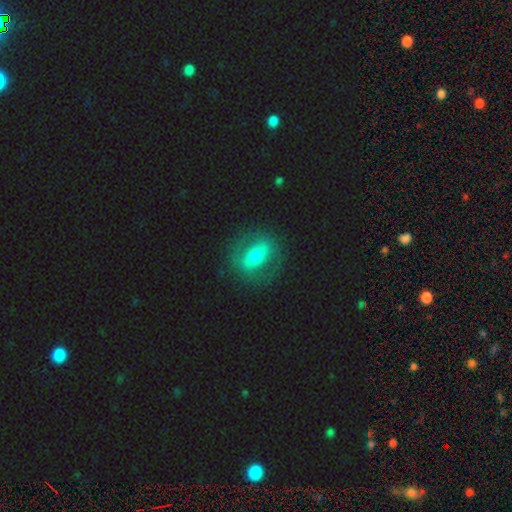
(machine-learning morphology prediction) Smooth or featured: featured or disk — 56% (smooth — 37%)
Edge-on disk: no — 83% (yes — 17%)
Merging: none — 81% (minor disturbance — 11%)